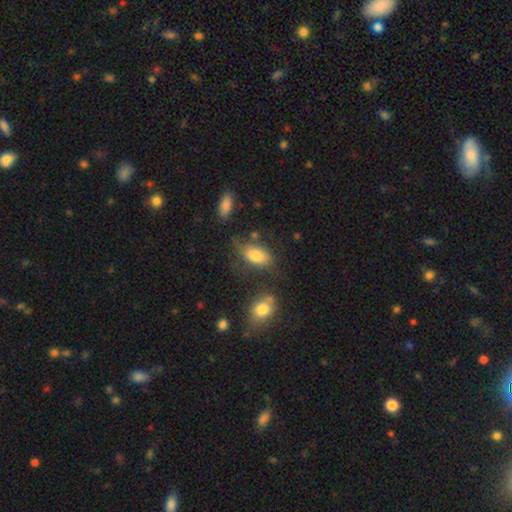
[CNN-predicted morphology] smooth-or-featured: smooth: 79% | featured or disk: 13% | star or artifact: 8%
  how-rounded: in between: 92% | round: 4% | cigar-shaped: 3%
  merging: none: 54% | minor disturbance: 25% | major disturbance: 11% | merger: 10%